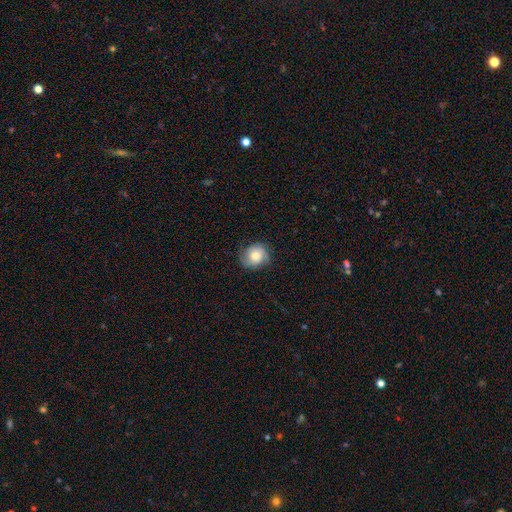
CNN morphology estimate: Smooth or featured?
  - smooth: 55% *
  - featured or disk: 36%
  - star or artifact: 9%
How rounded?
  - round: 75% *
  - in between: 24%
  - cigar-shaped: 1%
Merging?
  - none: 72% *
  - minor disturbance: 20%
  - major disturbance: 7%
  - merger: 1%